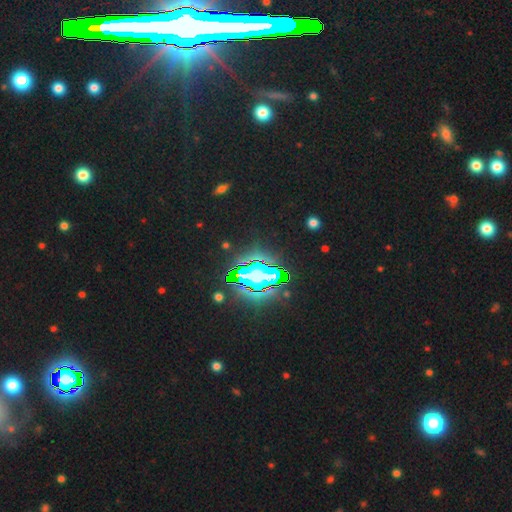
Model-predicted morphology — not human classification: Overall: star or artifact (79%).